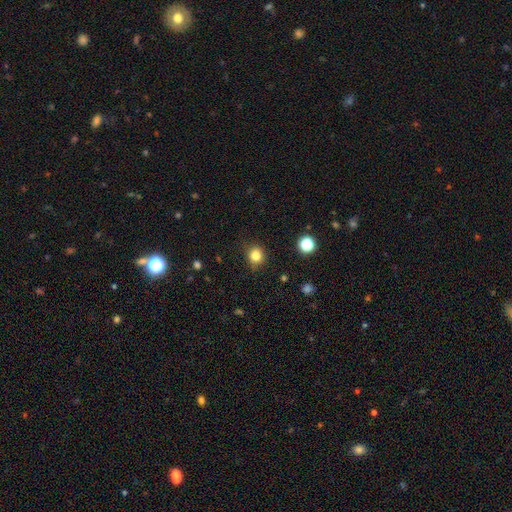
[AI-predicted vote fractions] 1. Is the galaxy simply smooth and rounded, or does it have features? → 81% smooth, 13% star or artifact, 5% featured or disk.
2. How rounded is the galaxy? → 85% round, 14% in between, 1% cigar-shaped.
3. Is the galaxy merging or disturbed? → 85% none, 11% minor disturbance, 3% major disturbance, 1% merger.